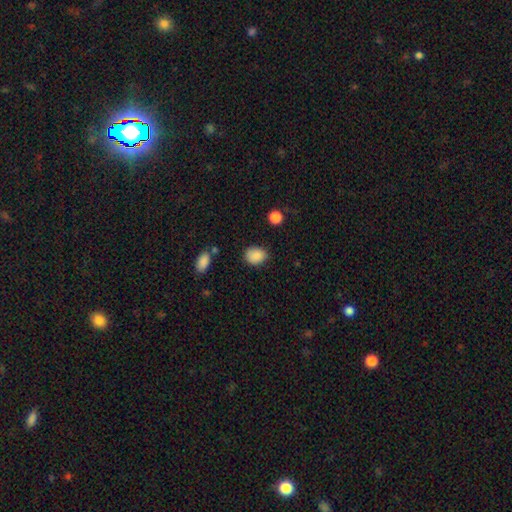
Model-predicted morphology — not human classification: A smooth galaxy with no disk features (88%) that is in between round and cigar-shaped (57%).

Vote fractions:
- Smooth or featured? smooth: 88% / star or artifact: 8% / featured or disk: 4%
- How rounded? in between: 57% / round: 42% / cigar-shaped: 1%
- Merging? none: 79% / minor disturbance: 15% / major disturbance: 4% / merger: 2%